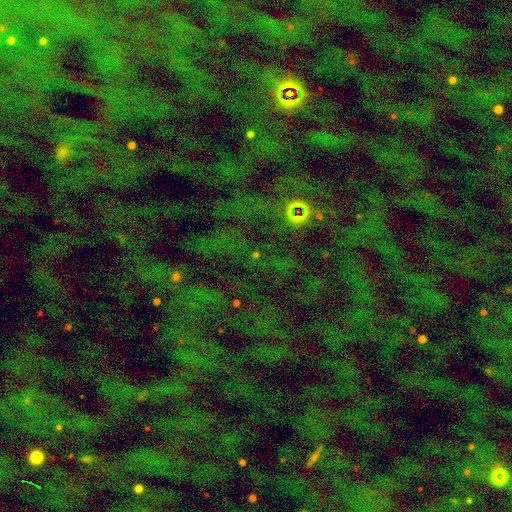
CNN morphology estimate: The model was most divided on "smooth or featured": star or artifact: 72%, smooth: 18%, featured or disk: 10%.